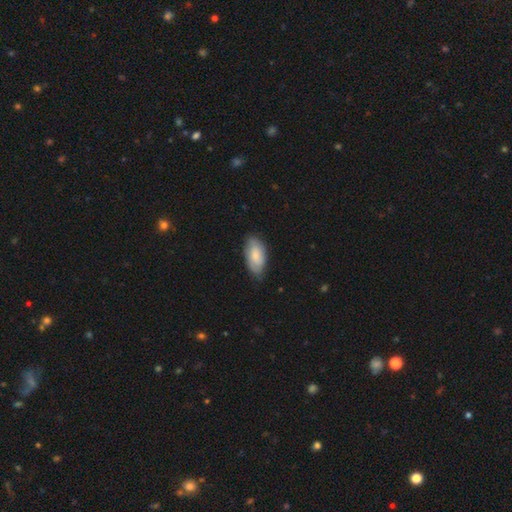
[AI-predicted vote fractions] A smooth galaxy with no disk features (75%) that is in between round and cigar-shaped (93%).

Vote fractions:
- Smooth or featured? smooth: 75% / featured or disk: 19% / star or artifact: 6%
- How rounded? in between: 93% / cigar-shaped: 5% / round: 2%
- Merging? none: 73% / minor disturbance: 23% / major disturbance: 3% / merger: 1%